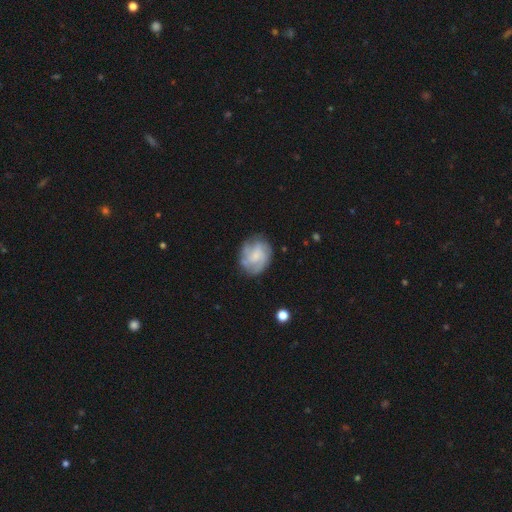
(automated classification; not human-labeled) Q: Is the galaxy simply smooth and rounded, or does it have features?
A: featured or disk — 64%.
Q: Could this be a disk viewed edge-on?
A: no — 98%.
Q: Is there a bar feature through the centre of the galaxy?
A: no — 62%.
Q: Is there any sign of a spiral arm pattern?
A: yes — 87%.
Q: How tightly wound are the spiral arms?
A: tight — 43%.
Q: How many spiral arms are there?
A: can't tell — 32%.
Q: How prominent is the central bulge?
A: small — 50%.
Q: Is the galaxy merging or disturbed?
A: none — 73%.